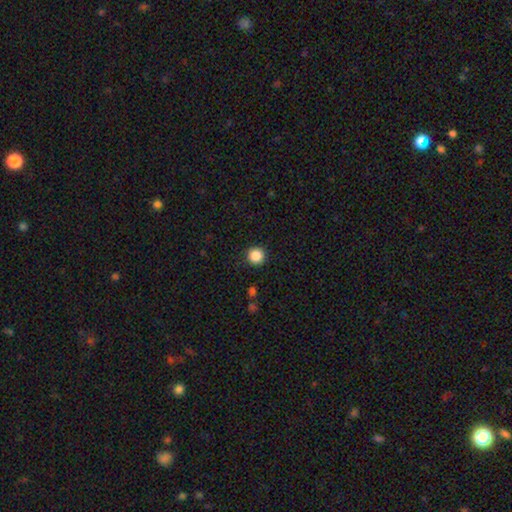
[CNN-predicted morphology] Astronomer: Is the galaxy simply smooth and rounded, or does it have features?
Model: smooth — 87%.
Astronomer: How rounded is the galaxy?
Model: round — 96%.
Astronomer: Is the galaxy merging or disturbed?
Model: none — 92%.